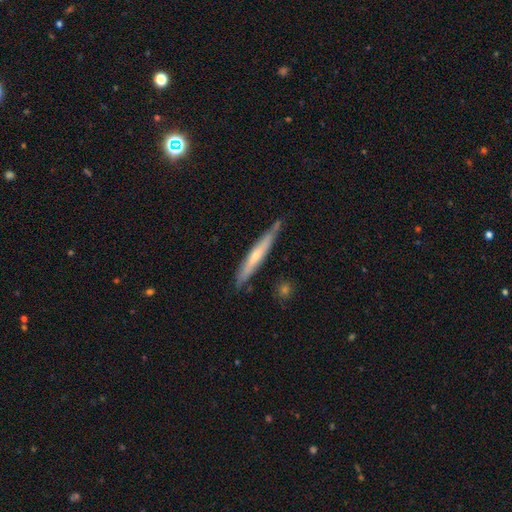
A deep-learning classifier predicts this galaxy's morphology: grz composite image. It shows a featured or disk galaxy (53%) viewed edge-on (91%). Merging: none (80%).